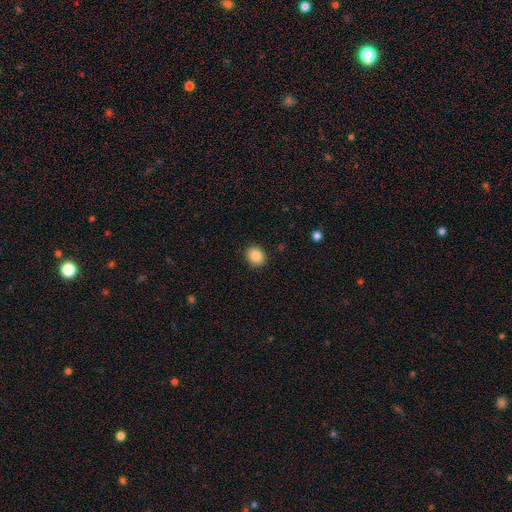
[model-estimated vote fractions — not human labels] Smooth or featured? smooth (86%)
How rounded? round (68%)
Merging? none (89%)